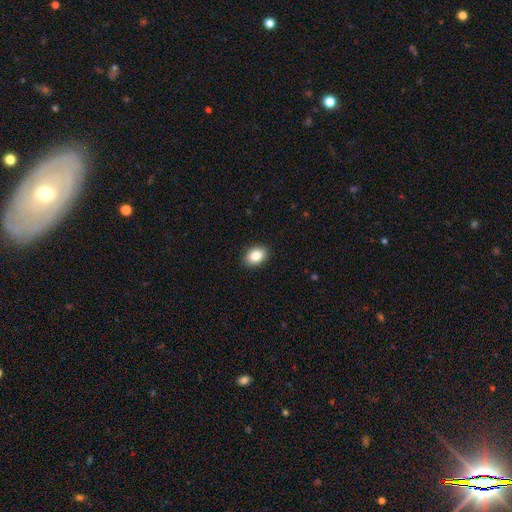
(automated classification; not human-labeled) A smooth galaxy with no disk features (86%) that is in between round and cigar-shaped (80%).

Vote fractions:
- Smooth or featured? smooth: 86% / star or artifact: 8% / featured or disk: 6%
- How rounded? in between: 80% / round: 19% / cigar-shaped: 1%
- Merging? none: 90% / minor disturbance: 7% / major disturbance: 2% / merger: 1%